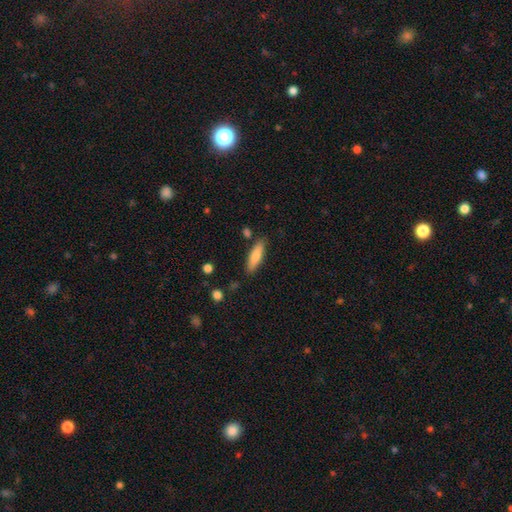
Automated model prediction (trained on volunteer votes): Q: Smooth or featured?
A: smooth (79%); runner-up: featured or disk (15%)
Q: How rounded?
A: cigar-shaped (66%); runner-up: in between (32%)
Q: Merging?
A: none (83%); runner-up: minor disturbance (11%)